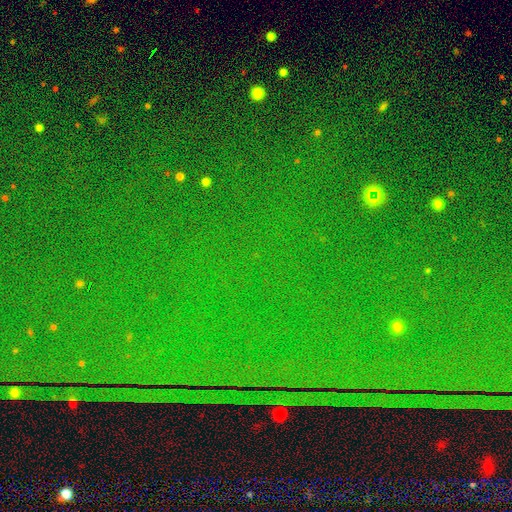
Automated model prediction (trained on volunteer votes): Smooth or featured? Predicted: star or artifact (p=0.83).